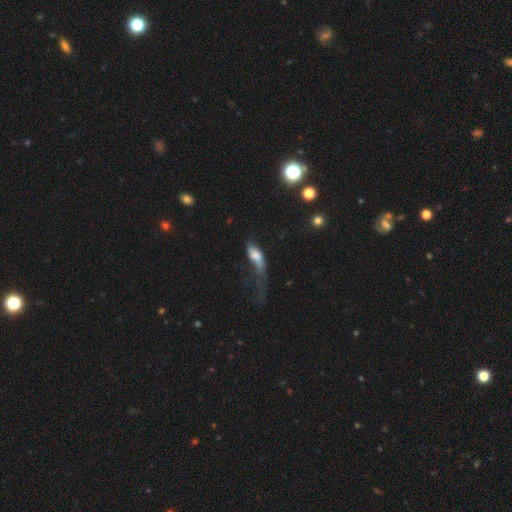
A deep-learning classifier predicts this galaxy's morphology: Smooth or featured? Predicted: smooth (p=0.59). How rounded? Predicted: in between (p=0.71). Merging? Predicted: major disturbance (p=0.58).